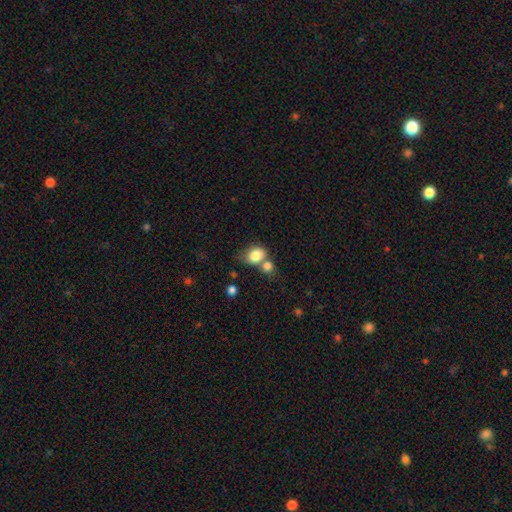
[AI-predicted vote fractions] This is clearly a smooth galaxy (83%). How rounded: possibly in between (57%). Merging: marginally merger (44%).